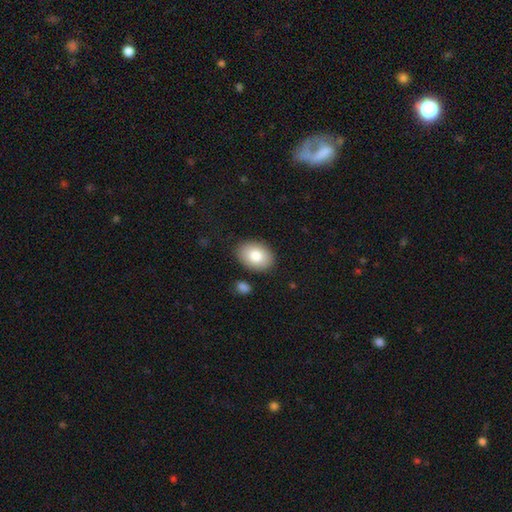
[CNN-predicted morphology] smooth-or-featured: smooth: 82% | featured or disk: 11% | star or artifact: 7%
  how-rounded: in between: 81% | round: 18% | cigar-shaped: 1%
  merging: none: 86% | minor disturbance: 9% | merger: 2% | major disturbance: 2%